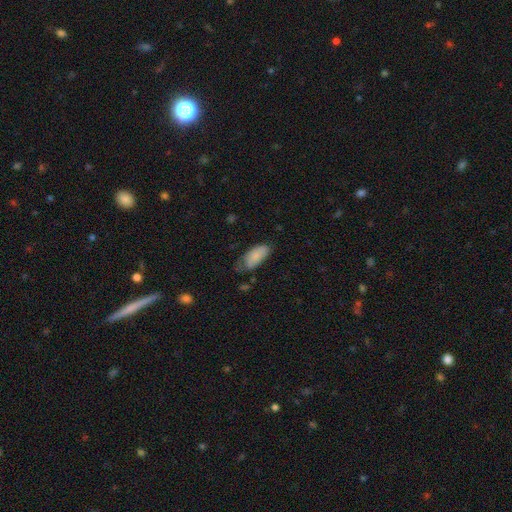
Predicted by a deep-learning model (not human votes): A smooth galaxy with no disk features (81%) that is in between round and cigar-shaped (89%). Merging: none (45%).